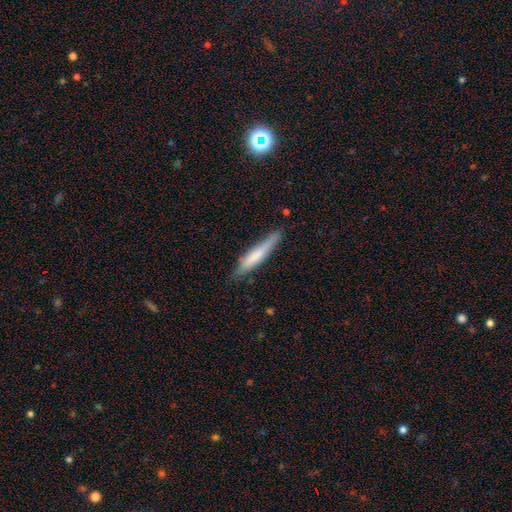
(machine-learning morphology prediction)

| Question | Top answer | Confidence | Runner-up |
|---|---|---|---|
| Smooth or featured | smooth | 65% | featured or disk (29%) |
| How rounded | cigar-shaped | 91% | in between (8%) |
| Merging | none | 79% | minor disturbance (17%) |